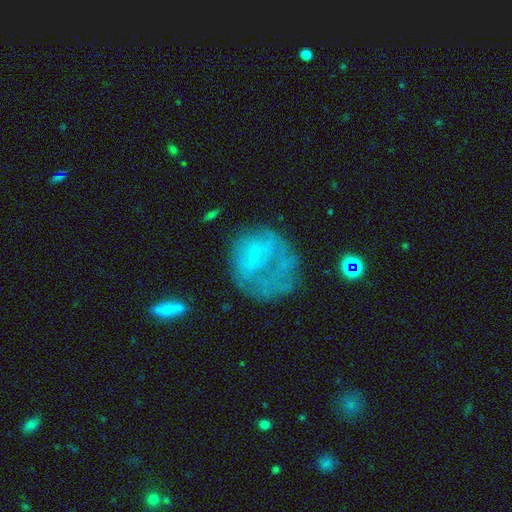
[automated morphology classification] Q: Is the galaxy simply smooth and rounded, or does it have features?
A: featured or disk — 46%.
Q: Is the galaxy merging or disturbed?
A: major disturbance — 38%.